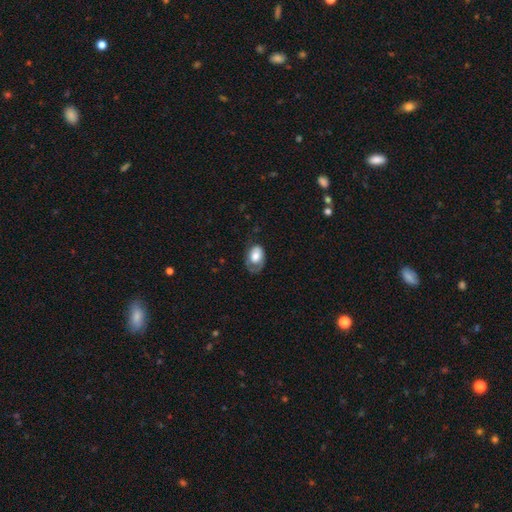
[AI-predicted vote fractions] smooth-or-featured: smooth: 57% | featured or disk: 36% | star or artifact: 6%
  how-rounded: in between: 83% | round: 15% | cigar-shaped: 1%
  merging: none: 41% | minor disturbance: 29% | major disturbance: 28% | merger: 2%